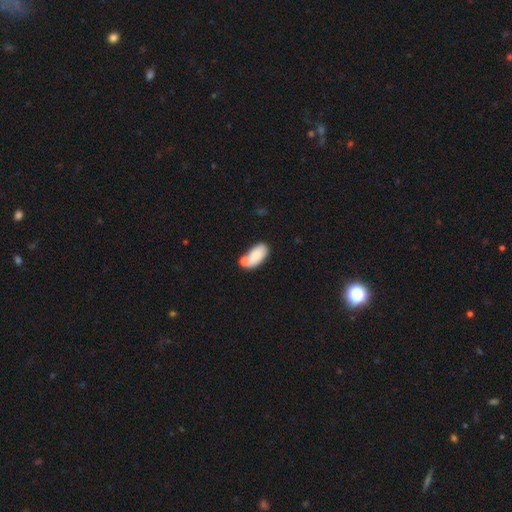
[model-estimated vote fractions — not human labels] Smooth or featured? Predicted: smooth (p=0.80). How rounded? Predicted: in between (p=0.93). Merging? Predicted: none (p=0.50).